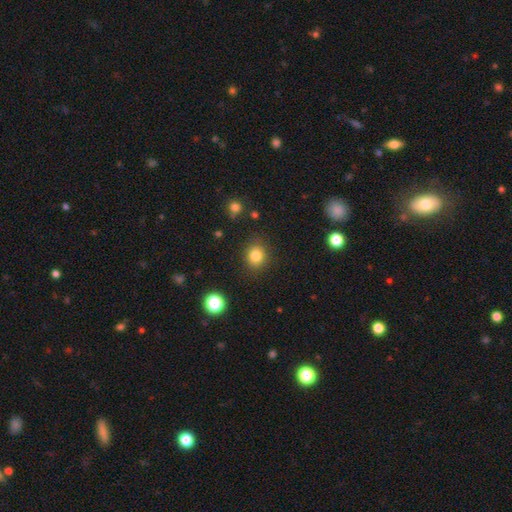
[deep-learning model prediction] Smooth or featured? Predicted: smooth (p=0.82). How rounded? Predicted: round (p=0.79). Merging? Predicted: none (p=0.86).